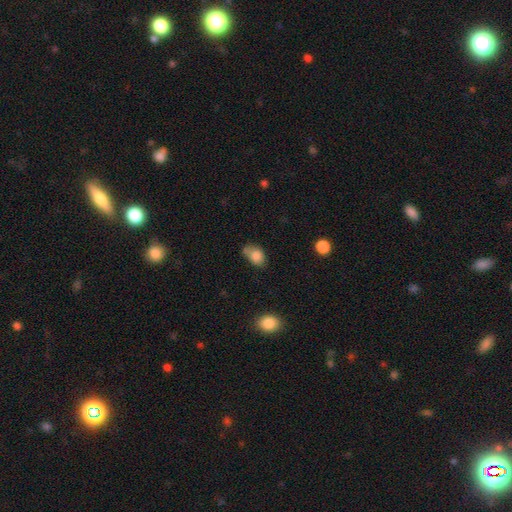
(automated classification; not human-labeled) Smooth or featured? Predicted: smooth (p=0.83). How rounded? Predicted: in between (p=0.69). Merging? Predicted: none (p=0.45).